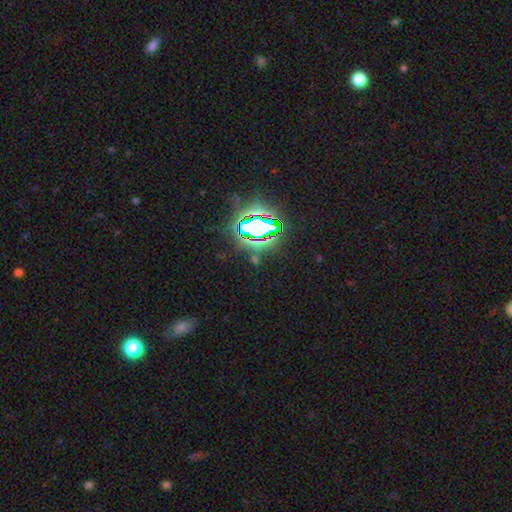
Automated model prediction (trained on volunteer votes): Smooth or featured? Predicted: star or artifact (p=0.78).